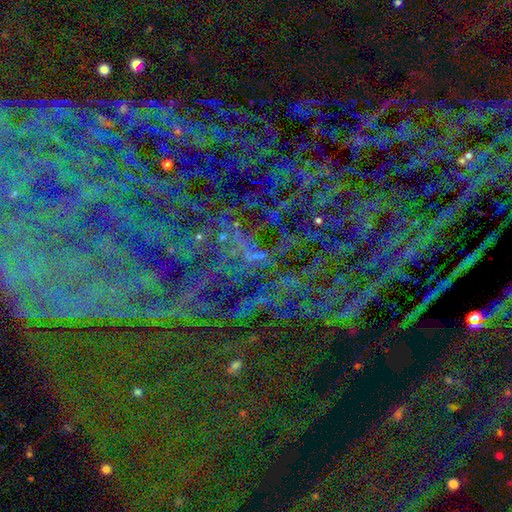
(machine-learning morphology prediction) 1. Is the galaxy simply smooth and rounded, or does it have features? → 82% star or artifact, 9% smooth, 9% featured or disk.